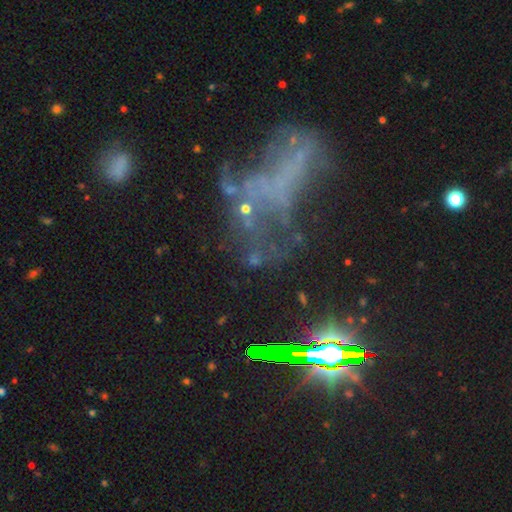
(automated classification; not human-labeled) Q: Smooth or featured?
A: star or artifact (42%); runner-up: featured or disk (38%)